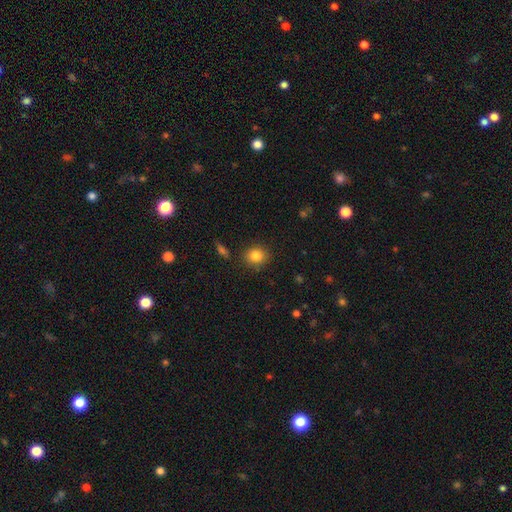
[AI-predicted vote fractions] A smooth galaxy with no disk features (84%) that is round (74%). Merging: none (87%).